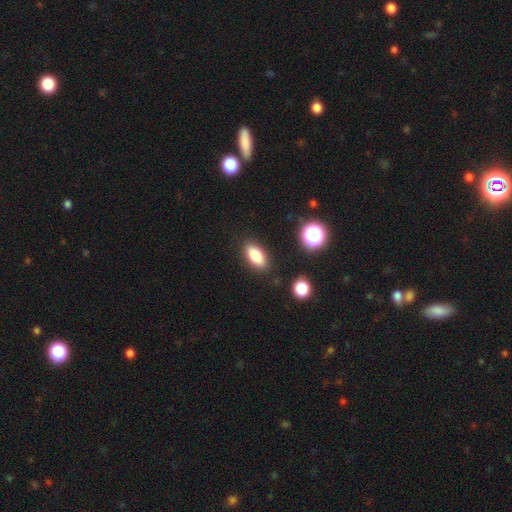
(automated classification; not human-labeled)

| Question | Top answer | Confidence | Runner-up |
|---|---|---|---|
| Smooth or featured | smooth | 83% | star or artifact (9%) |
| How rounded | in between | 88% | cigar-shaped (7%) |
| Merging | none | 87% | minor disturbance (9%) |